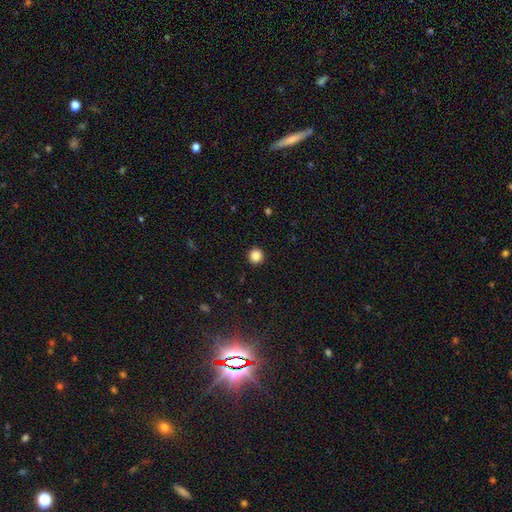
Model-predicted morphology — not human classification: A smooth galaxy with no disk features (86%) that is round (96%).

Vote fractions:
- Smooth or featured? smooth: 86% / star or artifact: 11% / featured or disk: 3%
- How rounded? round: 96% / in between: 3% / cigar-shaped: 1%
- Merging? none: 93% / minor disturbance: 4% / major disturbance: 2% / merger: 1%